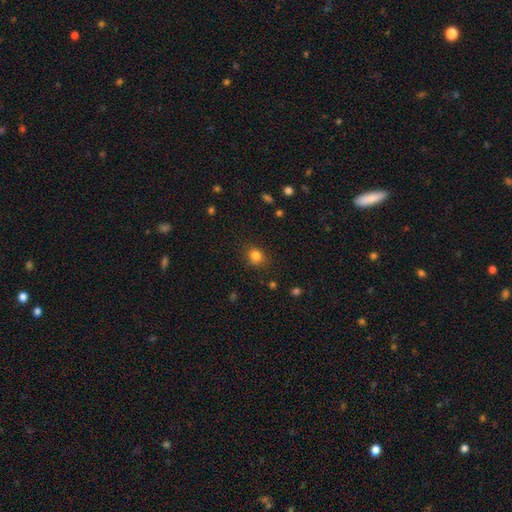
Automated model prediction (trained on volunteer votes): The model was most divided on "how rounded": round: 67%, in between: 32%, cigar-shaped: 1%. More confident: smooth or featured — smooth (82%); merging — none (82%).